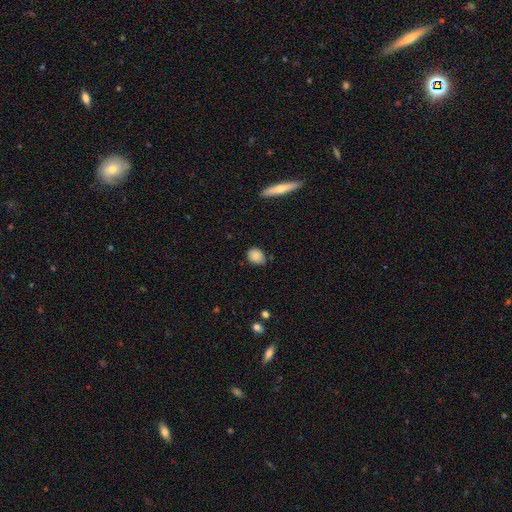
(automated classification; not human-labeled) smooth_or_featured: smooth (p=0.82) [alt: featured or disk p=0.09]
how_rounded: in between (p=0.54) [alt: round p=0.44]
merging: none (p=0.67) [alt: minor disturbance p=0.27]